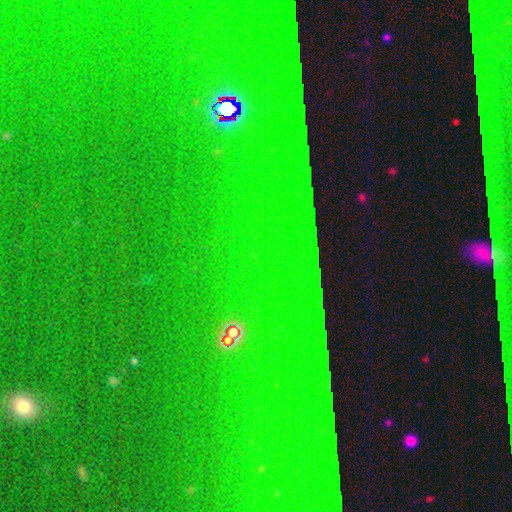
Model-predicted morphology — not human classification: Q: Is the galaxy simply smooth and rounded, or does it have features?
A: star or artifact — 83%.